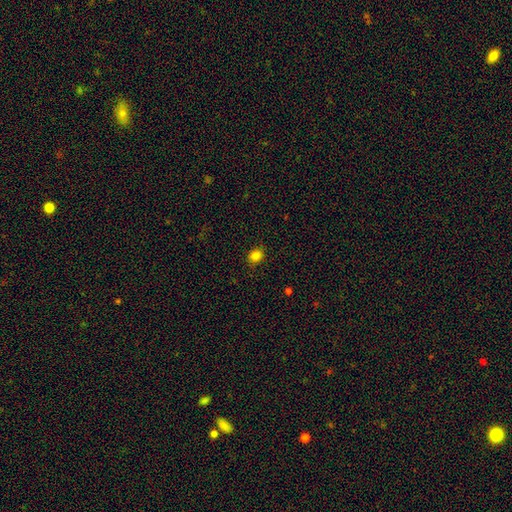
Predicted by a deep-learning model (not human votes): A smooth galaxy with no disk features (83%) that is round (61%). Merging: none (87%).